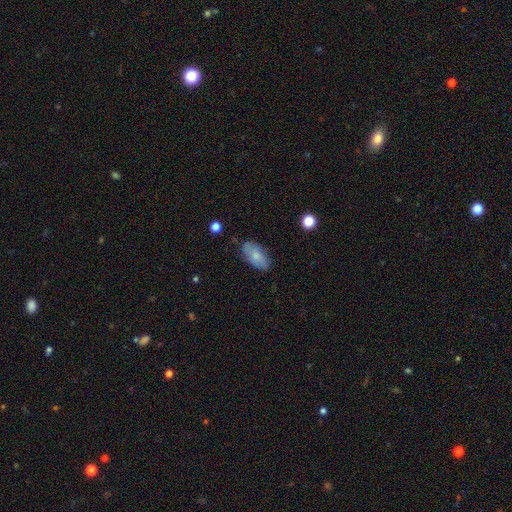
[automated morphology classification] A smooth galaxy with no disk features (75%) that is in between round and cigar-shaped (91%).

Vote fractions:
- Smooth or featured? smooth: 75% / featured or disk: 19% / star or artifact: 7%
- How rounded? in between: 91% / cigar-shaped: 6% / round: 3%
- Merging? none: 75% / minor disturbance: 19% / major disturbance: 4% / merger: 2%